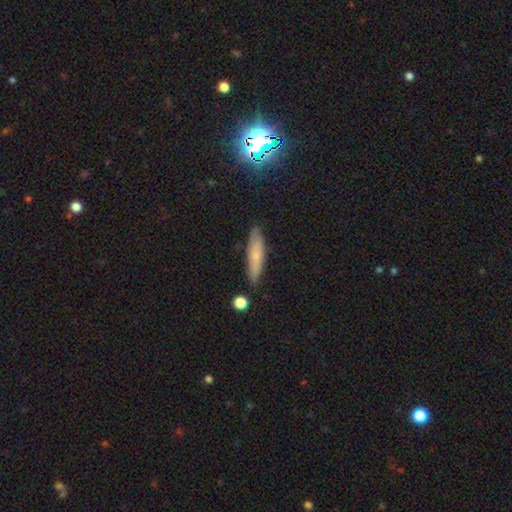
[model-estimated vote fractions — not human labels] Smooth or featured? smooth (66%)
How rounded? cigar-shaped (77%)
Merging? none (84%)